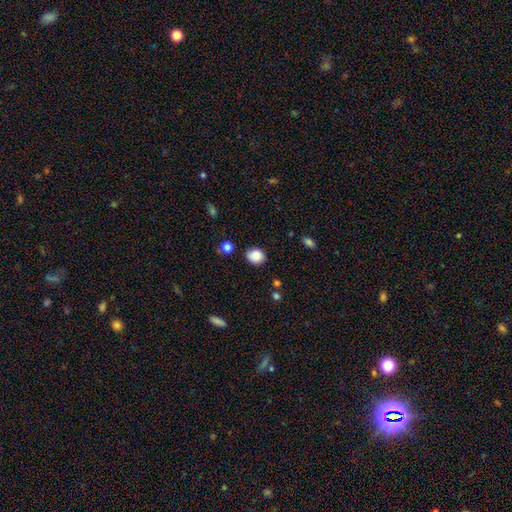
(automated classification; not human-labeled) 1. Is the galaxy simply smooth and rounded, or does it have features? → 87% smooth, 9% star or artifact, 4% featured or disk.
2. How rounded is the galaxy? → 61% round, 38% in between, 1% cigar-shaped.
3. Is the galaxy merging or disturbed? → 82% none, 12% minor disturbance, 3% major disturbance, 2% merger.